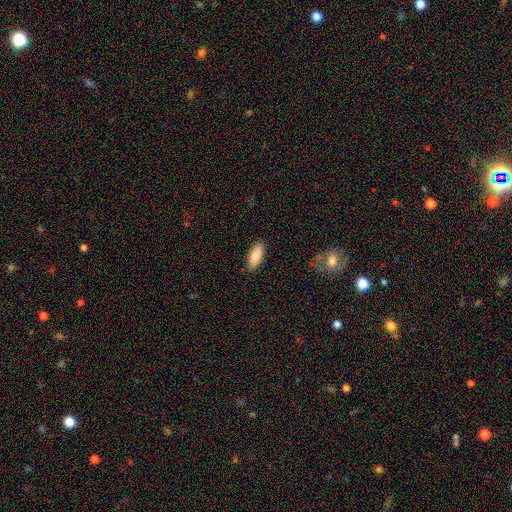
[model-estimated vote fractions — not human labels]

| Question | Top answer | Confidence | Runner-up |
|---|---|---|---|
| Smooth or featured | smooth | 87% | featured or disk (7%) |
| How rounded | in between | 75% | cigar-shaped (23%) |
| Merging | none | 86% | minor disturbance (10%) |